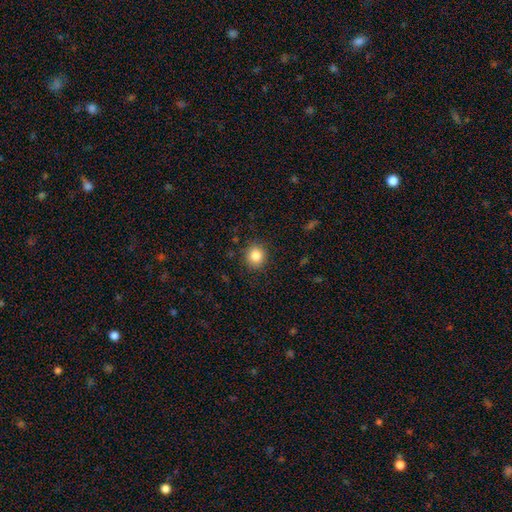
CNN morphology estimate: A smooth galaxy with no disk features (84%) that is round (84%). Merging: none (89%).